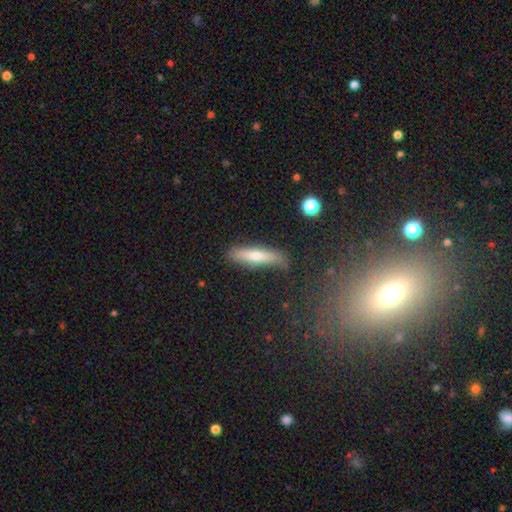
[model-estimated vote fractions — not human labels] featured or disk 43%, smooth 40%, star or artifact 16%. Down the decision tree: merging — none (82%).